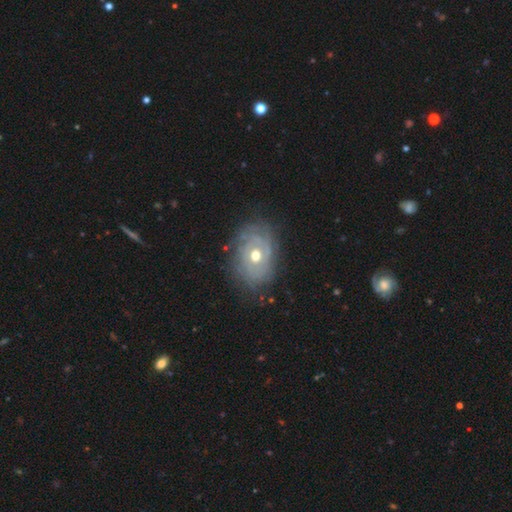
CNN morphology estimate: smooth_or_featured: featured or disk (p=0.76) [alt: smooth p=0.18]
disk_edge_on: no (p=0.95) [alt: yes p=0.05]
bar: no (p=0.83) [alt: weak p=0.14]
has_spiral_arms: yes (p=0.75) [alt: no p=0.25]
spiral_winding: tight (p=0.78) [alt: medium p=0.16]
spiral_arm_count: can't tell (p=0.51) [alt: 2 p=0.19]
bulge_size: moderate (p=0.76) [alt: small p=0.17]
merging: none (p=0.75) [alt: minor disturbance p=0.17]